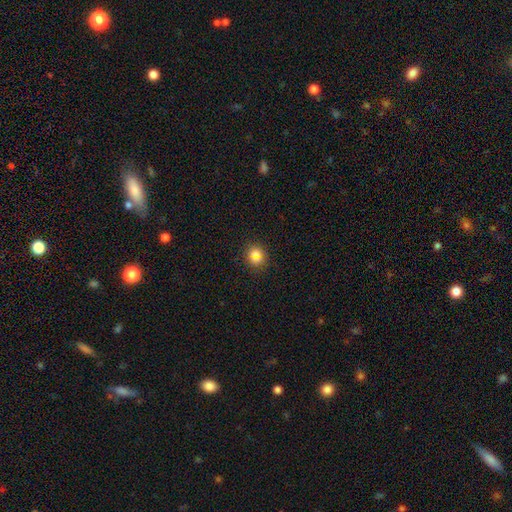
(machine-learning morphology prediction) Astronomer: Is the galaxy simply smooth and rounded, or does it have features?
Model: smooth — 76%.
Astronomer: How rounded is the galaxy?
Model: round — 85%.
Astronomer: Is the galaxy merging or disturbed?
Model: none — 80%.